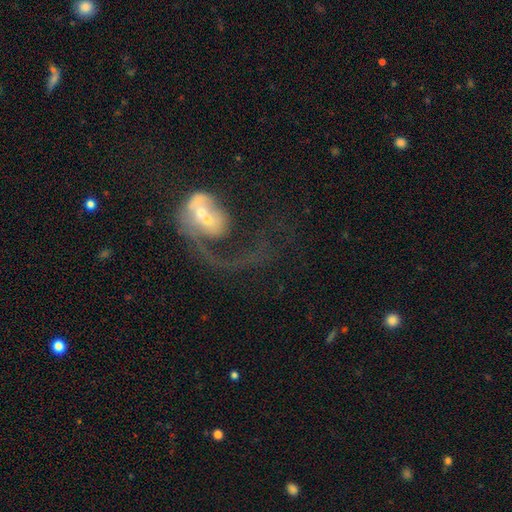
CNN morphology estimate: smooth-or-featured: featured or disk: 70% | smooth: 18% | star or artifact: 12%
  disk-edge-on: no: 96% | yes: 4%
    bar: no: 47% | weak: 36% | strong: 17%
    has-spiral-arms: yes: 75% | no: 25%
      spiral-winding: loose: 46% | medium: 35% | tight: 19%
      spiral-arm-count: 1: 73% | 2: 15% | can't tell: 7% | 3: 2% | 4: 1% | more than 4: 1%
    bulge-size: moderate: 43% | small: 31% | large: 13% | none: 9% | dominant: 4%
  merging: major disturbance: 50% | none: 28% | minor disturbance: 12% | merger: 10%